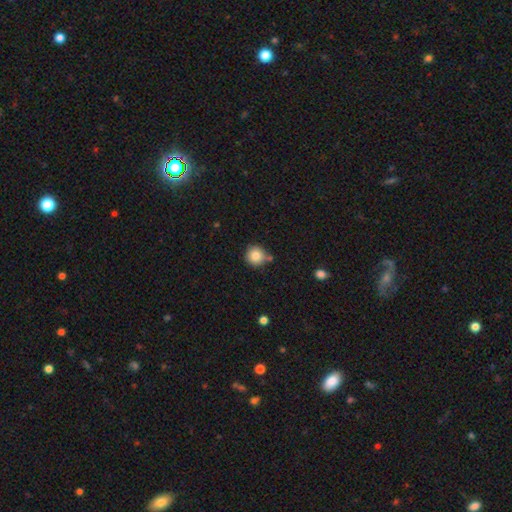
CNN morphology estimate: Smooth or featured: smooth — 83% (star or artifact — 10%)
How rounded: round — 94% (in between — 5%)
Merging: none — 71% (minor disturbance — 14%)